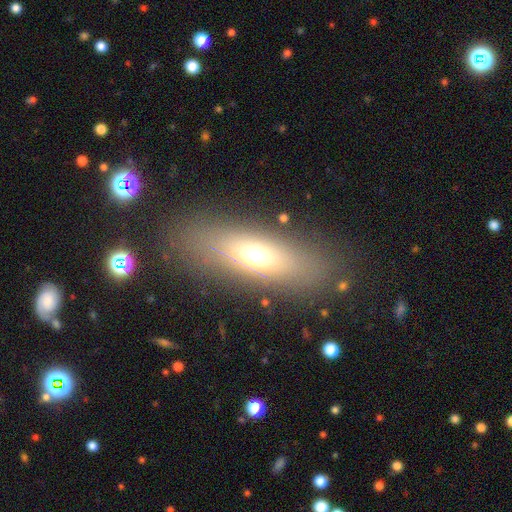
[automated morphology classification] A smooth galaxy with no disk features (62%) that is in between round and cigar-shaped (49%).

Vote fractions:
- Smooth or featured? smooth: 62% / featured or disk: 27% / star or artifact: 11%
- How rounded? in between: 49% / cigar-shaped: 48% / round: 4%
- Merging? none: 84% / minor disturbance: 9% / major disturbance: 4% / merger: 2%